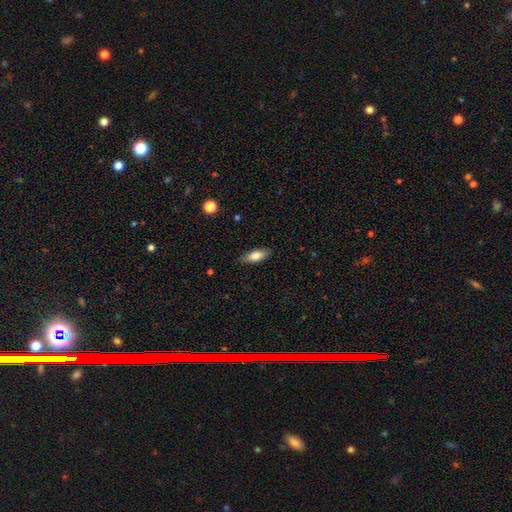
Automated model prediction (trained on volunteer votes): A smooth galaxy with no disk features (77%) that is in between round and cigar-shaped (73%). Merging: none (83%).